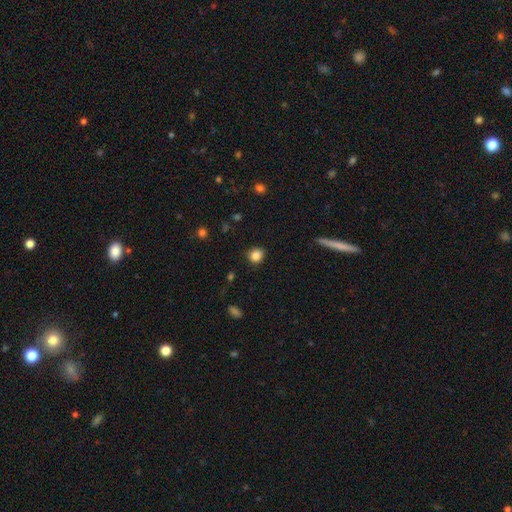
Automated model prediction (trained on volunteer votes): smooth_or_featured: smooth (p=0.85) [alt: star or artifact p=0.10]
how_rounded: round (p=0.73) [alt: in between p=0.26]
merging: none (p=0.87) [alt: minor disturbance p=0.10]